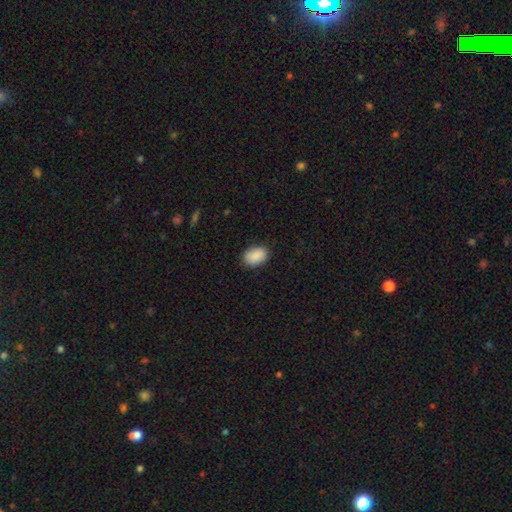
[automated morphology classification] Smooth or featured? smooth (90%)
How rounded? in between (83%)
Merging? none (85%)